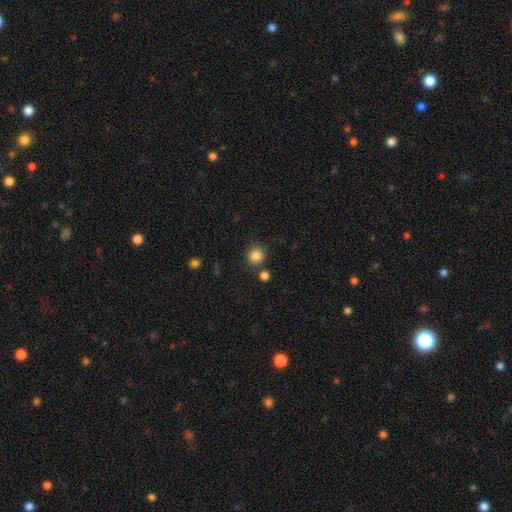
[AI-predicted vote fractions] smooth_or_featured: smooth (p=0.85) [alt: star or artifact p=0.11]
how_rounded: round (p=0.92) [alt: in between p=0.07]
merging: none (p=0.82) [alt: minor disturbance p=0.08]